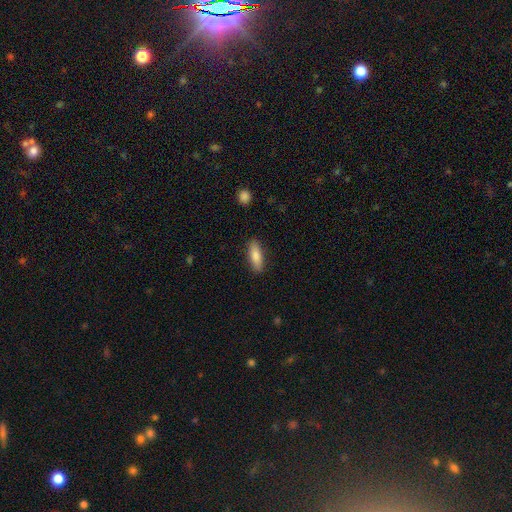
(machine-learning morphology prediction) Smooth or featured?
  - smooth: 82% *
  - featured or disk: 12%
  - star or artifact: 6%
How rounded?
  - in between: 58% *
  - cigar-shaped: 40%
  - round: 2%
Merging?
  - none: 86% *
  - minor disturbance: 10%
  - major disturbance: 2%
  - merger: 1%